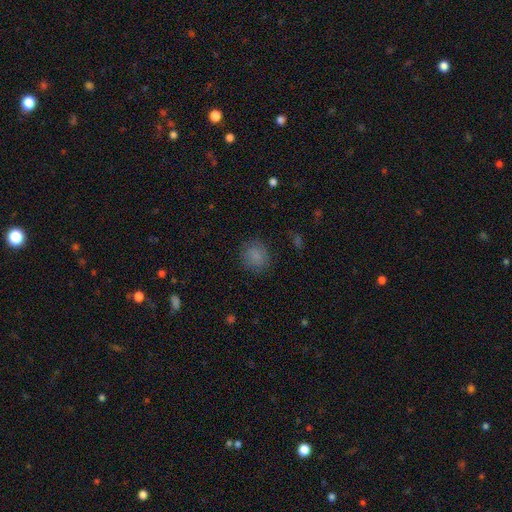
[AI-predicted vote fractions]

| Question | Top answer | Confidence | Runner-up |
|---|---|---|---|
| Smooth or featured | smooth | 84% | star or artifact (11%) |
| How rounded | round | 82% | in between (17%) |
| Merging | none | 83% | minor disturbance (12%) |